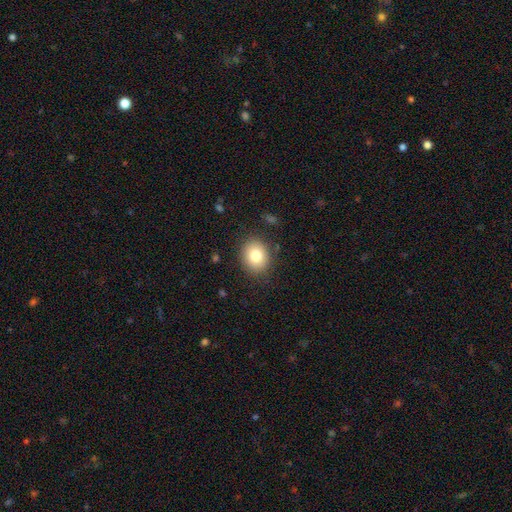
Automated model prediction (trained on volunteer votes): A smooth galaxy with no disk features (81%) that is round (66%).

Vote fractions:
- Smooth or featured? smooth: 81% / star or artifact: 10% / featured or disk: 9%
- How rounded? round: 66% / in between: 33% / cigar-shaped: 1%
- Merging? none: 86% / minor disturbance: 9% / major disturbance: 3% / merger: 1%